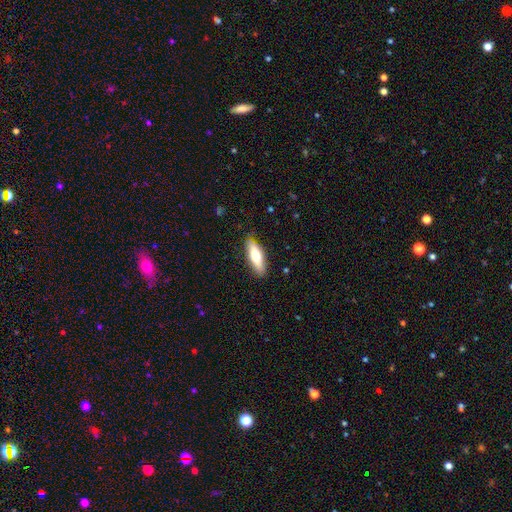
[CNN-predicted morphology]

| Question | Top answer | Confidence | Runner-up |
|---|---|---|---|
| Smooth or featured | smooth | 65% | featured or disk (29%) |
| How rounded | in between | 50% | cigar-shaped (49%) |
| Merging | none | 82% | minor disturbance (14%) |